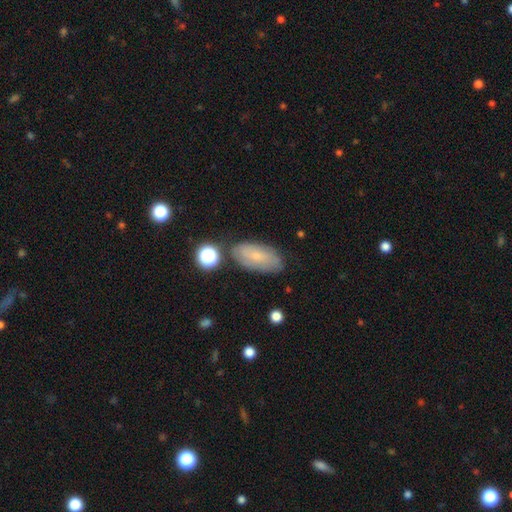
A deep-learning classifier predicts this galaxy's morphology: Smooth or featured? smooth (62%)
How rounded? in between (90%)
Merging? none (73%)